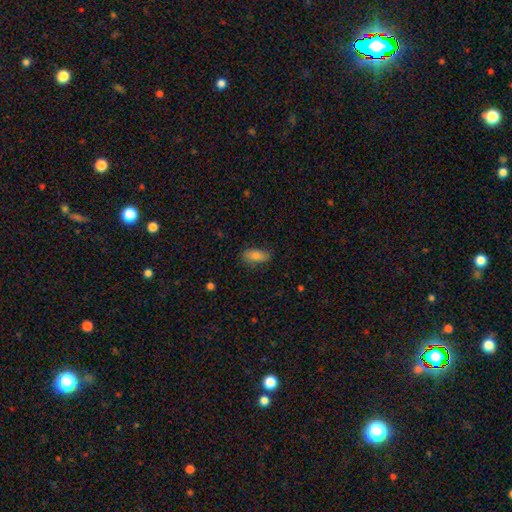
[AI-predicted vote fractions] Morphology: type=smooth (78%); roundness=in between (88%); merging=none (79%).